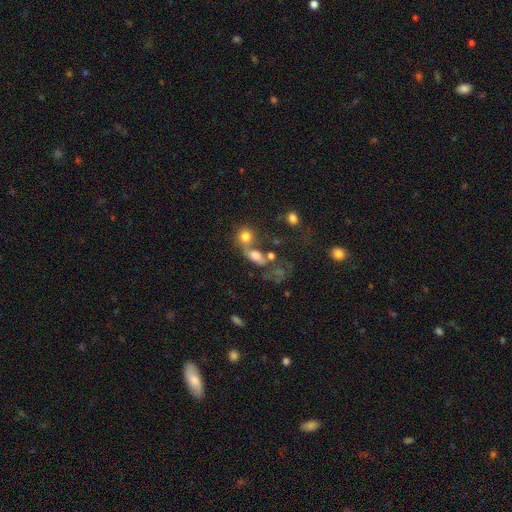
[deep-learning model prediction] Smooth or featured: smooth — 66% (featured or disk — 20%)
How rounded: in between — 63% (round — 32%)
Merging: merger — 47% (none — 26%)